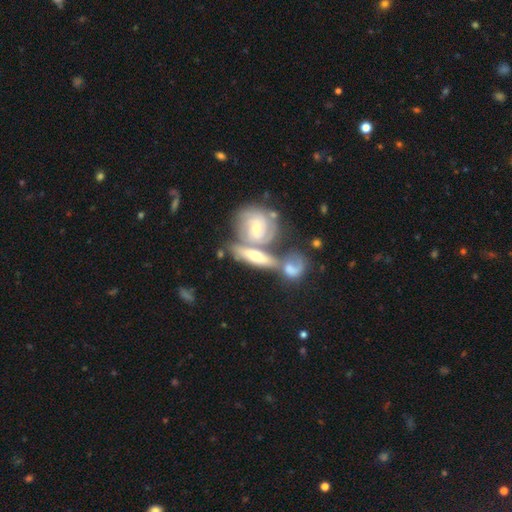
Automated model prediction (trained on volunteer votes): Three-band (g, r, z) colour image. It shows a featured or disk galaxy (69%). Merging: merger (45%).